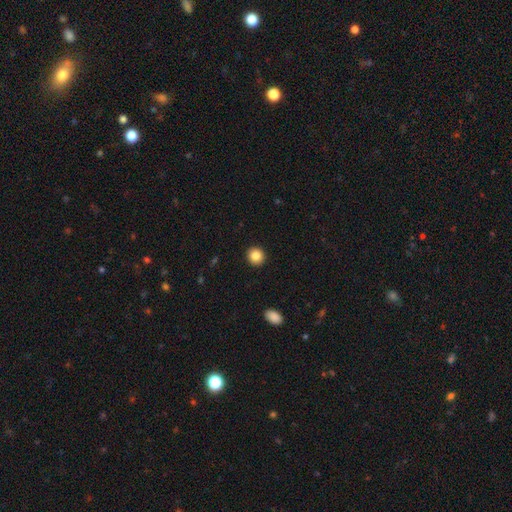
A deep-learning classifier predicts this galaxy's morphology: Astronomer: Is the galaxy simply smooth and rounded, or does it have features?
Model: smooth — 85%.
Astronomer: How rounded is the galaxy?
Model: round — 90%.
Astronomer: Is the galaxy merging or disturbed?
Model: none — 93%.